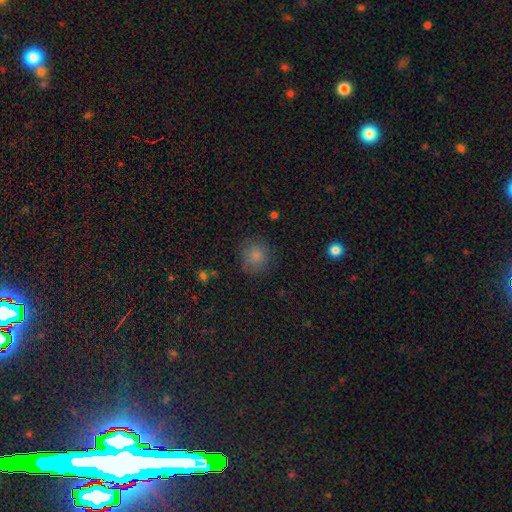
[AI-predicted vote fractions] This is clearly a smooth galaxy (83%). How rounded: clearly round (90%). Merging: clearly none (83%).